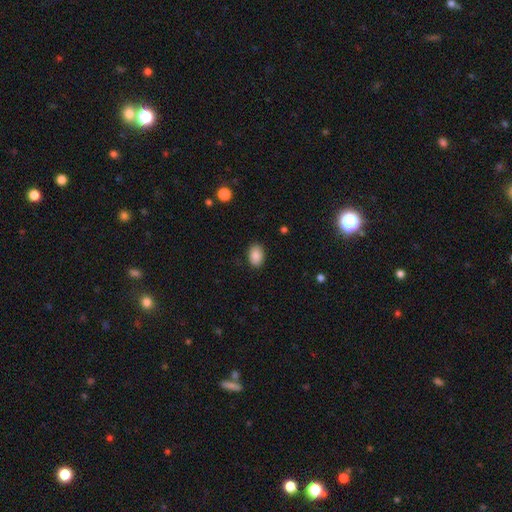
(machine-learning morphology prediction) smooth_or_featured: smooth (p=0.89) [alt: star or artifact p=0.07]
how_rounded: in between (p=0.85) [alt: round p=0.14]
merging: none (p=0.88) [alt: minor disturbance p=0.09]